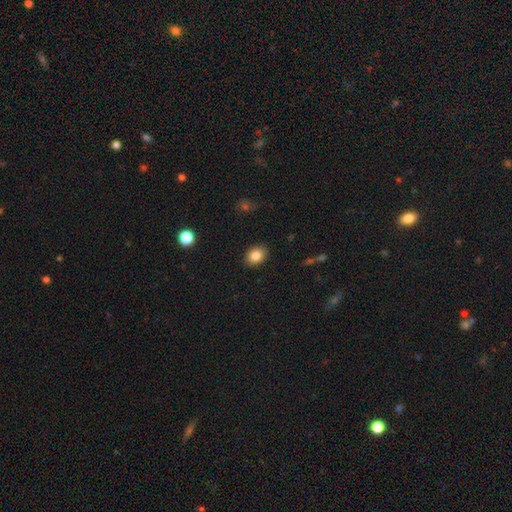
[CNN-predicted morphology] smooth_or_featured: smooth (p=0.84) [alt: star or artifact p=0.09]
how_rounded: in between (p=0.65) [alt: round p=0.34]
merging: none (p=0.89) [alt: minor disturbance p=0.08]